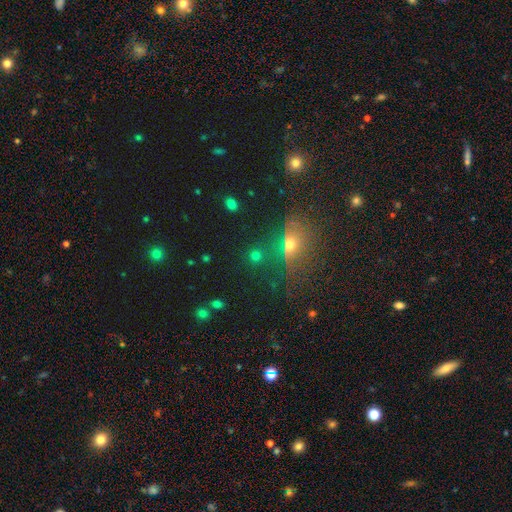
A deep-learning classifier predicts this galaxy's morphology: A smooth galaxy with no disk features (60%) that is round (87%).

Vote fractions:
- Smooth or featured? smooth: 60% / star or artifact: 31% / featured or disk: 9%
- How rounded? round: 87% / in between: 11% / cigar-shaped: 2%
- Merging? none: 81% / minor disturbance: 8% / merger: 7% / major disturbance: 4%